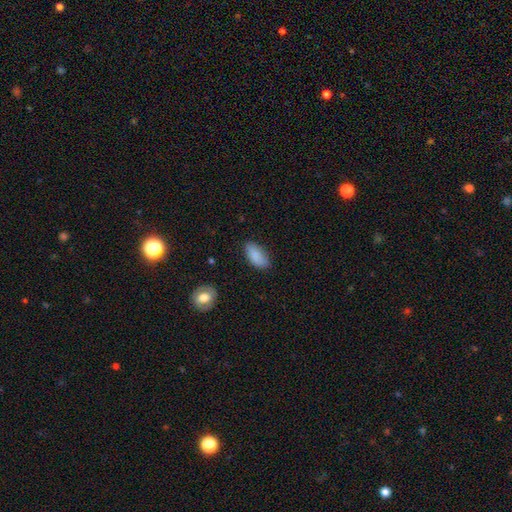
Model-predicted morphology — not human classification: smooth 86%, featured or disk 8%, star or artifact 7%. Down the decision tree: how rounded — in between (92%); merging — none (75%).